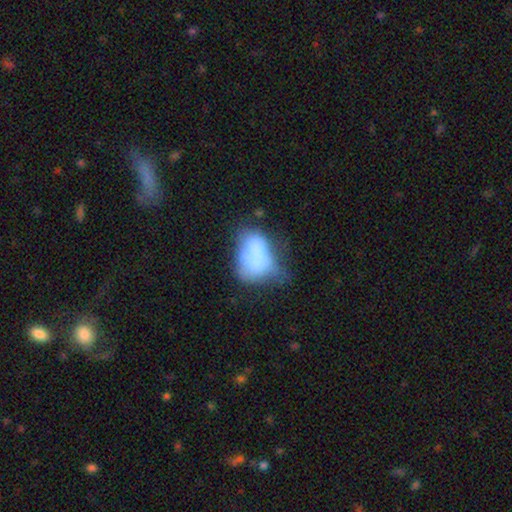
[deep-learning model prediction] Smooth or featured? Predicted: smooth (p=0.66). How rounded? Predicted: in between (p=0.83). Merging? Predicted: minor disturbance (p=0.31).